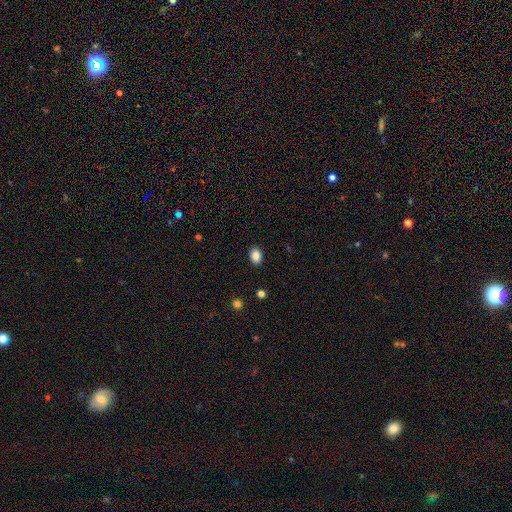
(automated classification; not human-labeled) This is clearly a smooth galaxy (86%). How rounded: likely in between (68%). Merging: clearly none (89%).